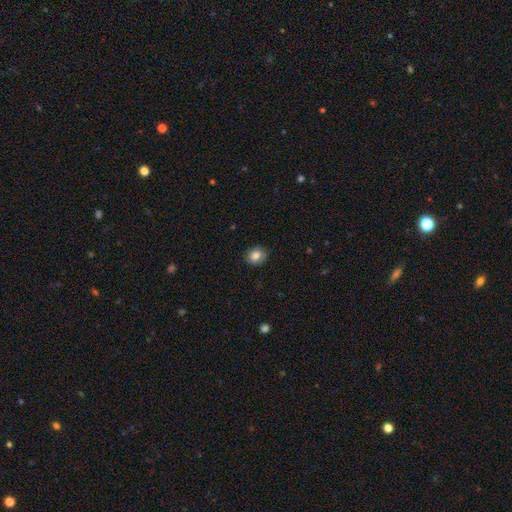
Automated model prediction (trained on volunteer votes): Smooth or featured? Predicted: smooth (p=0.82). How rounded? Predicted: round (p=0.65). Merging? Predicted: none (p=0.87).